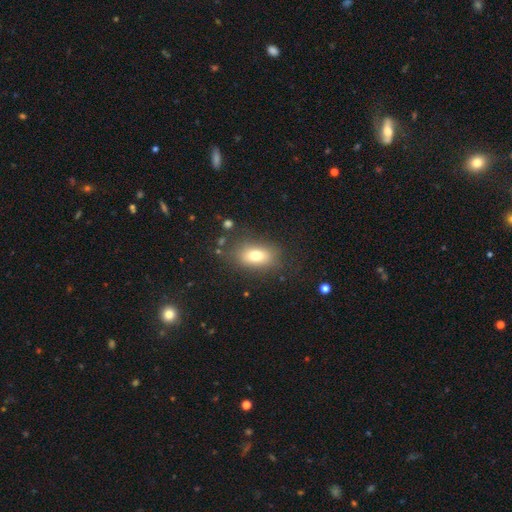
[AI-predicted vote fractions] This appears to be a smooth galaxy with no disk features (76%) that is in between round and cigar-shaped (83%). Merging: none (77%).